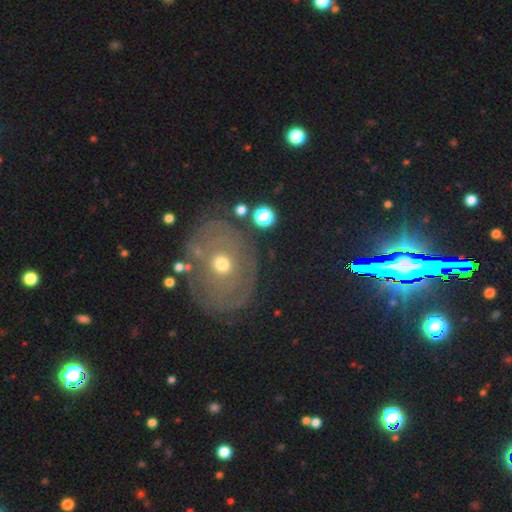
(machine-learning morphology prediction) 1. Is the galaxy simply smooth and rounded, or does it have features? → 49% featured or disk, 27% star or artifact, 24% smooth.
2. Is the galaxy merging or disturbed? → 81% none, 12% minor disturbance, 5% major disturbance, 2% merger.